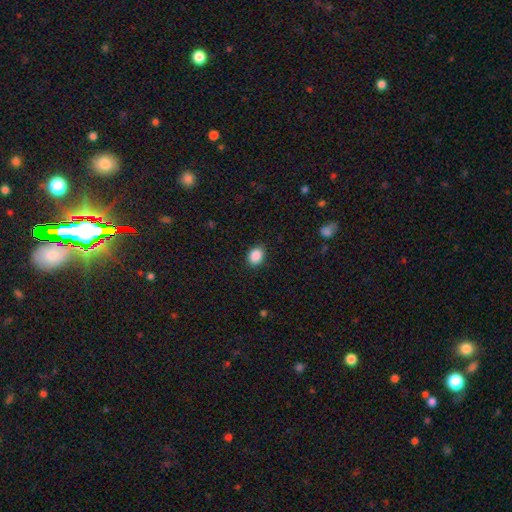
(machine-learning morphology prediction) smooth 89%, star or artifact 8%, featured or disk 3%. Down the decision tree: how rounded — in between (60%); merging — none (88%).